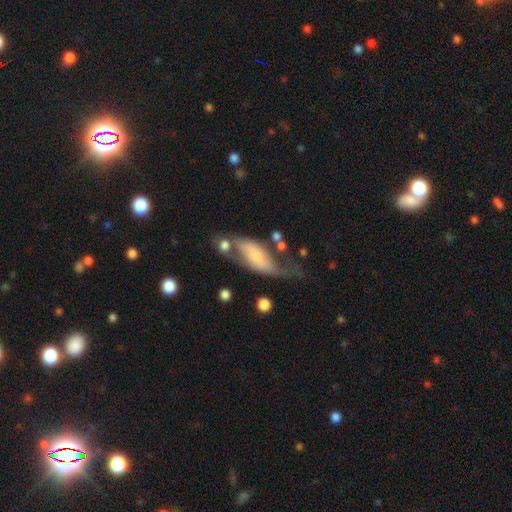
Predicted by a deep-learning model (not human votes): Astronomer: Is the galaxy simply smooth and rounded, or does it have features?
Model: featured or disk — 60%.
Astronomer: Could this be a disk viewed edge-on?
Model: no — 81%.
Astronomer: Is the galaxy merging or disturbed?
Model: none — 37% (runner-up: major disturbance, 25%).